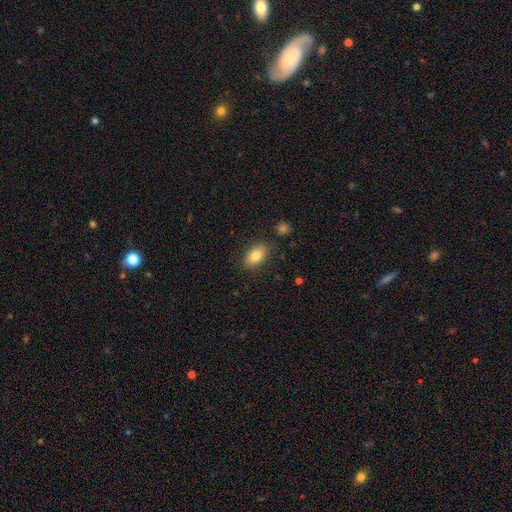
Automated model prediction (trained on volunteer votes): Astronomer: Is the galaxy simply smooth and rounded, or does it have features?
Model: smooth — 81%.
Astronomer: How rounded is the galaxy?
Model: in between — 89%.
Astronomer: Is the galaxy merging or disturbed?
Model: none — 84%.